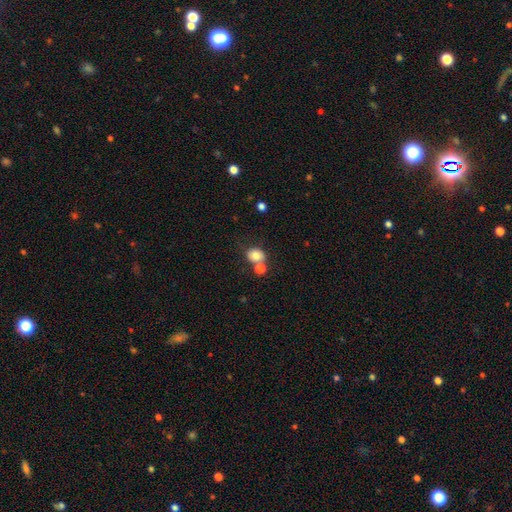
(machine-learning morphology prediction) Smooth or featured? Predicted: smooth (p=0.79). How rounded? Predicted: round (p=0.66). Merging? Predicted: none (p=0.54).